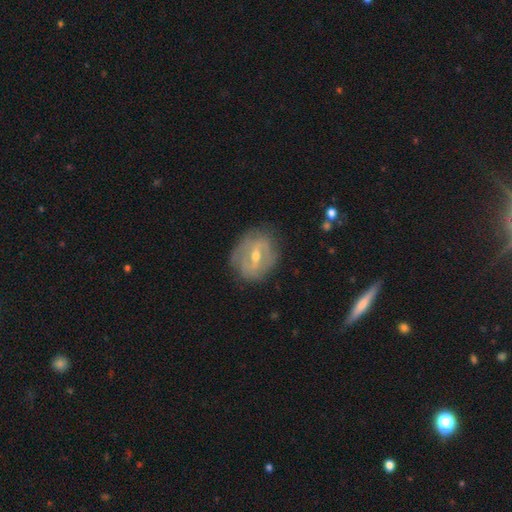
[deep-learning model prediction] A featured or disk galaxy (71%) with a weak bar (44%), spiral arms (54%) and a moderate central bulge (58%). Merging: none (75%).